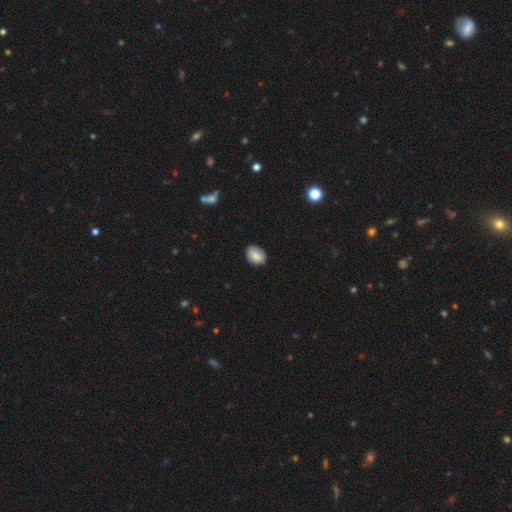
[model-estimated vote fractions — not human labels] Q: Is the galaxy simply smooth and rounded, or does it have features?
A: smooth — 81%.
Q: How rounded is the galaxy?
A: in between — 66%.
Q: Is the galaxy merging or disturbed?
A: none — 80%.